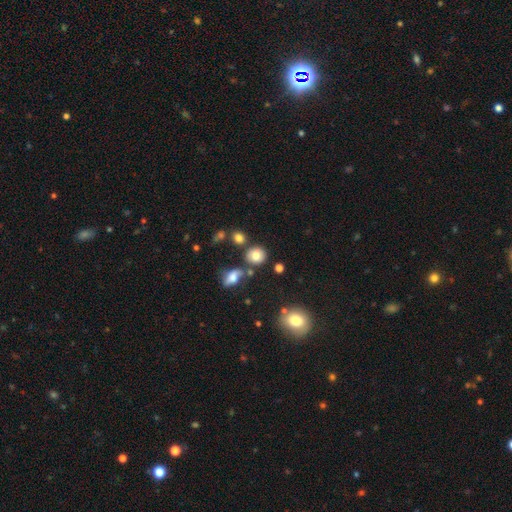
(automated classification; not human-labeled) smooth 77%, star or artifact 12%, featured or disk 11%. Down the decision tree: how rounded — round (80%); merging — none (73%).